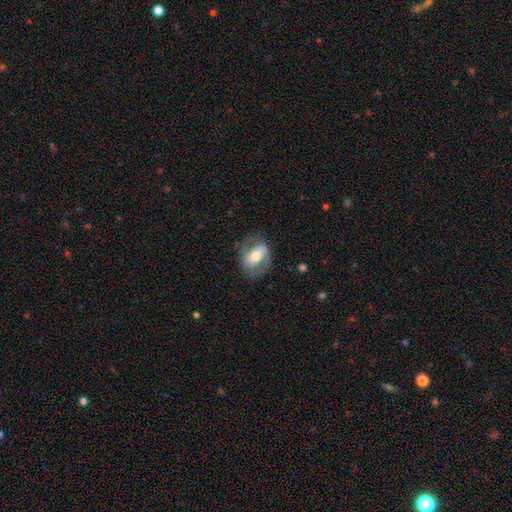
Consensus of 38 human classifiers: This appears to be a featured or disk galaxy (66%) with a weak bar (44%), 2 (88%) medium (62%) spiral arms (64%) and a moderate central bulge (68%). Merging: none (83%).